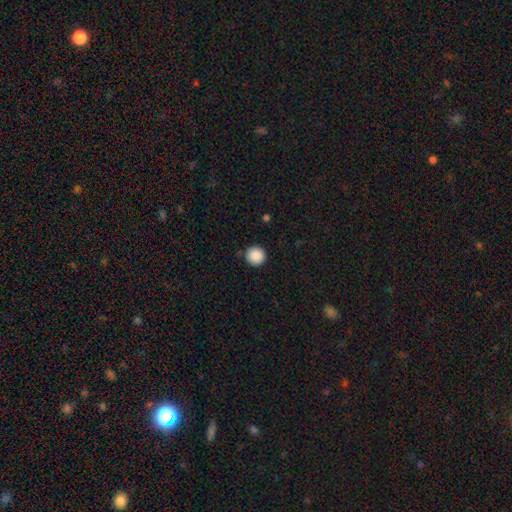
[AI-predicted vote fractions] smooth 89%, star or artifact 9%, featured or disk 2%. Down the decision tree: how rounded — round (95%); merging — none (91%).